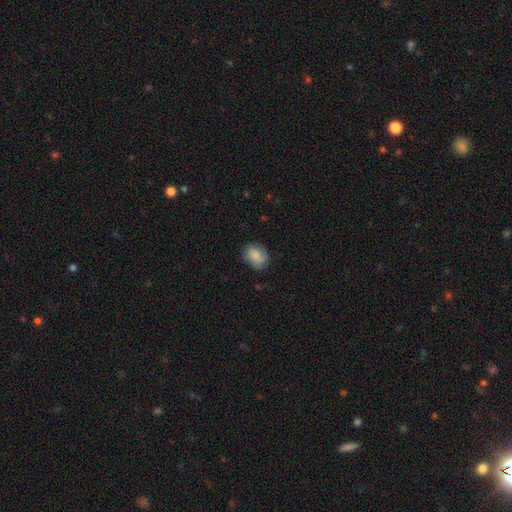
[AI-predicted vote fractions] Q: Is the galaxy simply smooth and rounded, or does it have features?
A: smooth — 77%.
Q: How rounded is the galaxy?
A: in between — 58%.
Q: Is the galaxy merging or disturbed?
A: none — 73%.